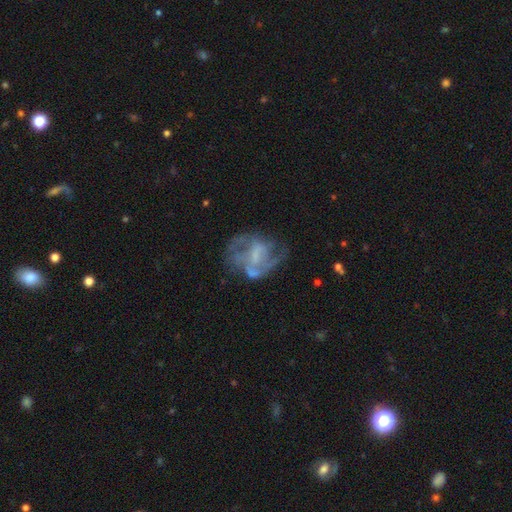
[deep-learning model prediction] This appears to be a featured or disk galaxy (74%) with a weak bar (43%), spiral arms (65%) and no central bulge (45%). Merging: none (46%).